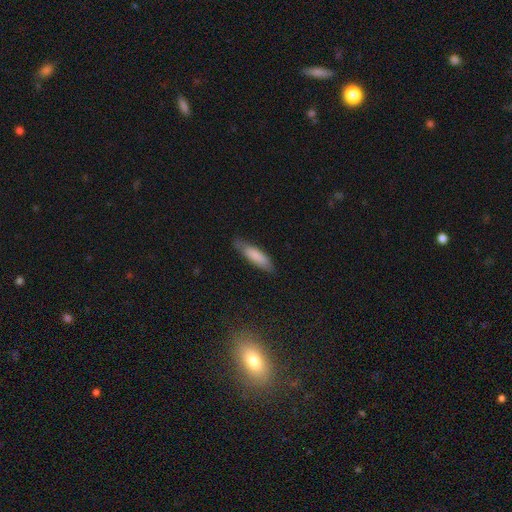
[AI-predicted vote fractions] Overall: smooth (80%). How rounded: cigar-shaped (65%; in between 34%). Merging: none (76%).